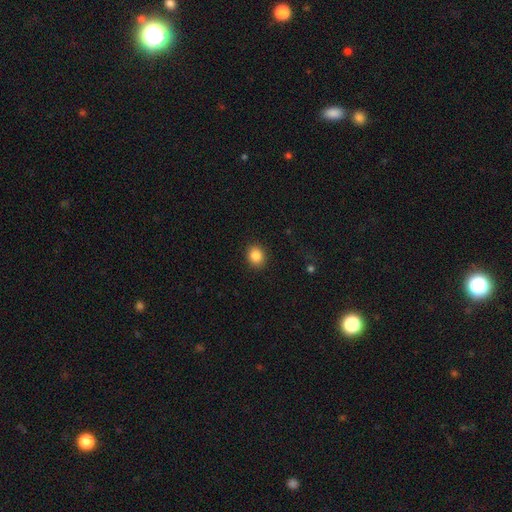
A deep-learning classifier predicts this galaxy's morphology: This appears to be a smooth galaxy with no disk features (86%) that is round (68%). Merging: none (90%).